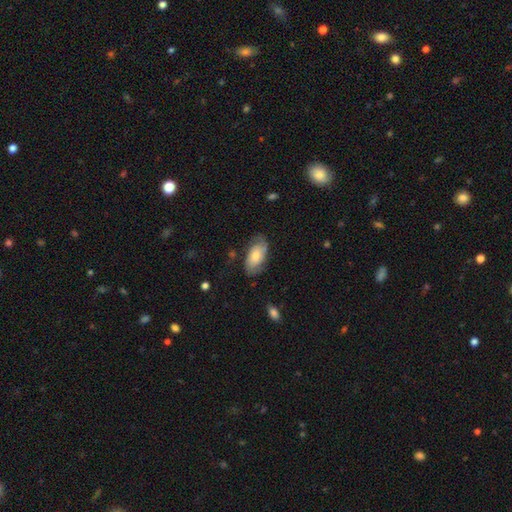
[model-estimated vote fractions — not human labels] Smooth or featured?
  - featured or disk: 47% * (tied)
  - smooth: 47% * (tied)
  - star or artifact: 7%
Merging?
  - none: 71% *
  - minor disturbance: 20%
  - major disturbance: 7%
  - merger: 2%